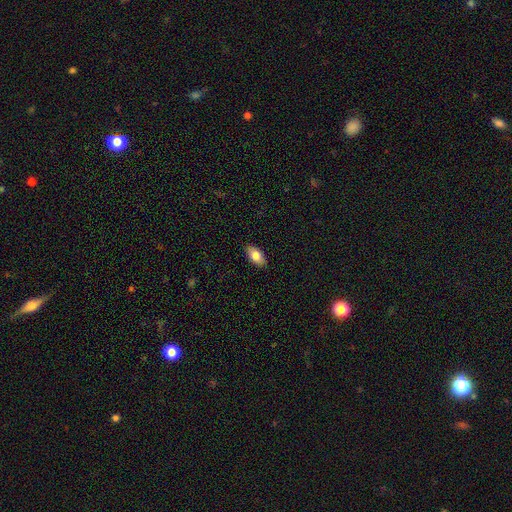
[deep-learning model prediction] This appears to be a smooth galaxy with no disk features (81%) that is in between round and cigar-shaped (92%). Merging: none (89%).